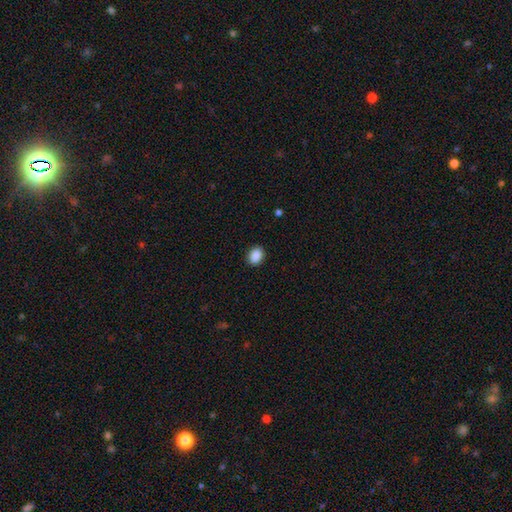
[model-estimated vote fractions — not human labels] Smooth or featured? smooth (89%)
How rounded? in between (60%)
Merging? none (90%)